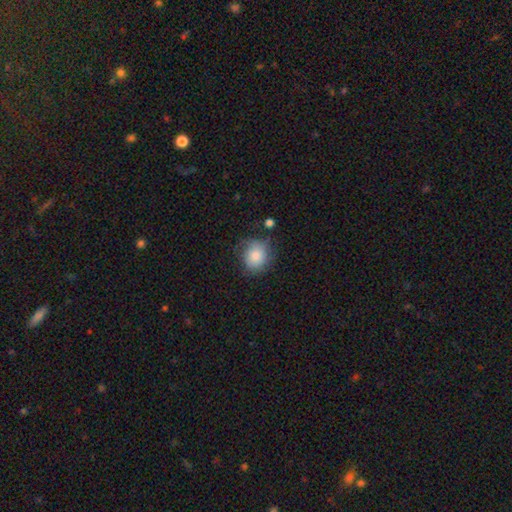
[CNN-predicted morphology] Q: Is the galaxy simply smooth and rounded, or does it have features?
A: smooth — 83%.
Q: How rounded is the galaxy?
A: round — 76%.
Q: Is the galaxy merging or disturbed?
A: none — 67%.